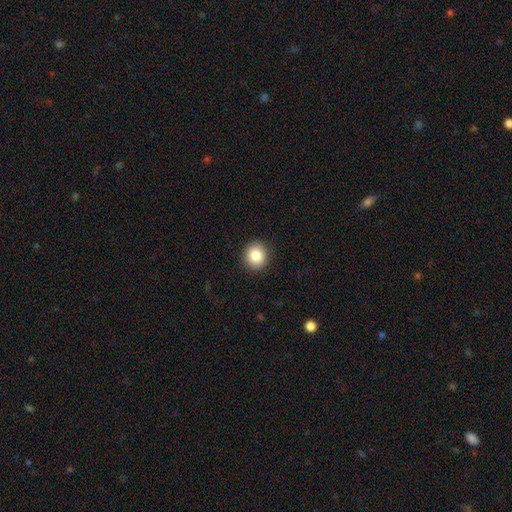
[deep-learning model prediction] Q: Smooth or featured?
A: smooth (84%); runner-up: star or artifact (9%)
Q: How rounded?
A: round (86%); runner-up: in between (13%)
Q: Merging?
A: none (91%); runner-up: minor disturbance (6%)